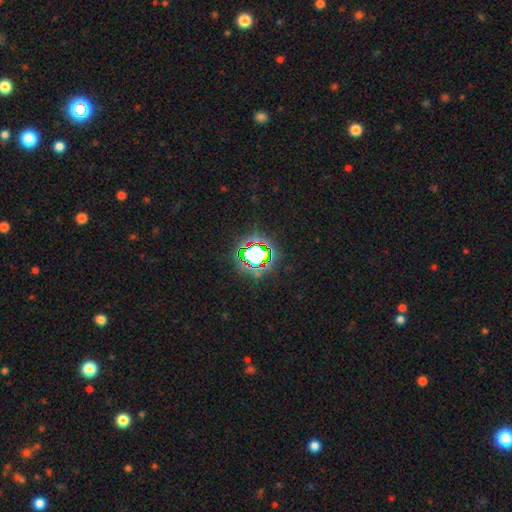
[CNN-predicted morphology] Smooth or featured? Predicted: star or artifact (p=0.65).